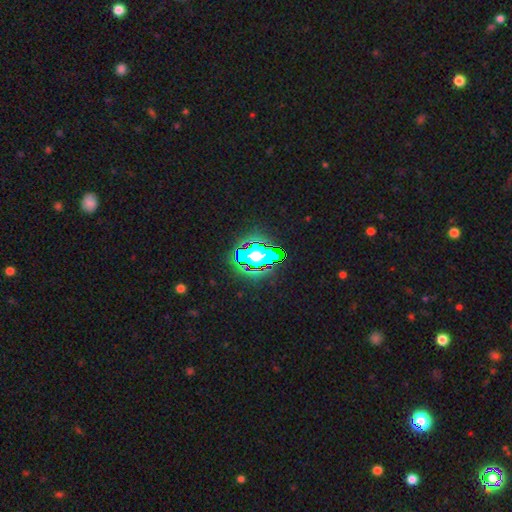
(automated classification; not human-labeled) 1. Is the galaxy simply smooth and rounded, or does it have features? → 53% star or artifact, 27% smooth, 19% featured or disk.